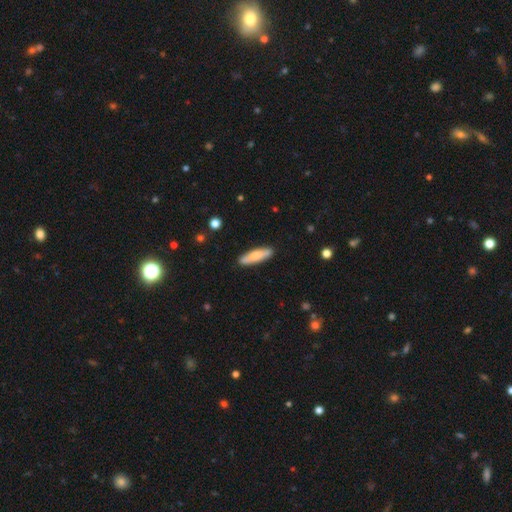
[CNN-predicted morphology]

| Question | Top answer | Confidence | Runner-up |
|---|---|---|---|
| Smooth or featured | smooth | 68% | featured or disk (27%) |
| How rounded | cigar-shaped | 70% | in between (28%) |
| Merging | none | 86% | minor disturbance (10%) |